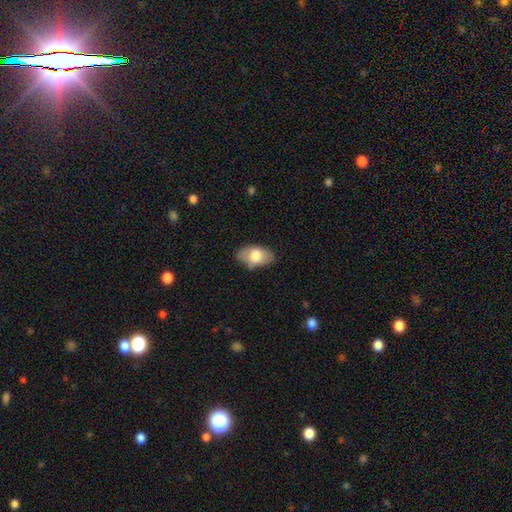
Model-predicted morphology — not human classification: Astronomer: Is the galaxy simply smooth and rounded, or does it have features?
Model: smooth — 73%.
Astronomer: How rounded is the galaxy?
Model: in between — 92%.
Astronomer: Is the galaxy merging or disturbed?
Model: none — 74%.